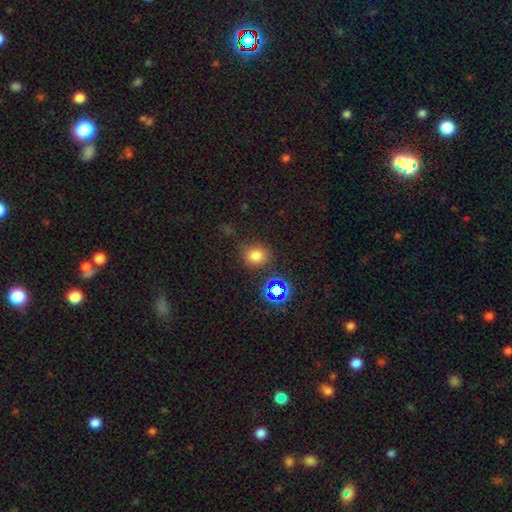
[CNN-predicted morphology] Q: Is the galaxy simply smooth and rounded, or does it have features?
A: smooth — 73%.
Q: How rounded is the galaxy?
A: round — 76%.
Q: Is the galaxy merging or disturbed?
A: none — 76%.